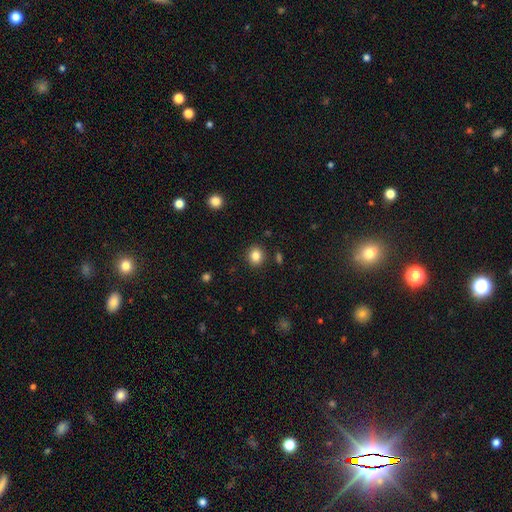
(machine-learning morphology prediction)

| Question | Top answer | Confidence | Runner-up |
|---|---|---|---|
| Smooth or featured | smooth | 84% | star or artifact (11%) |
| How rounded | round | 76% | in between (23%) |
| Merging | none | 90% | minor disturbance (7%) |